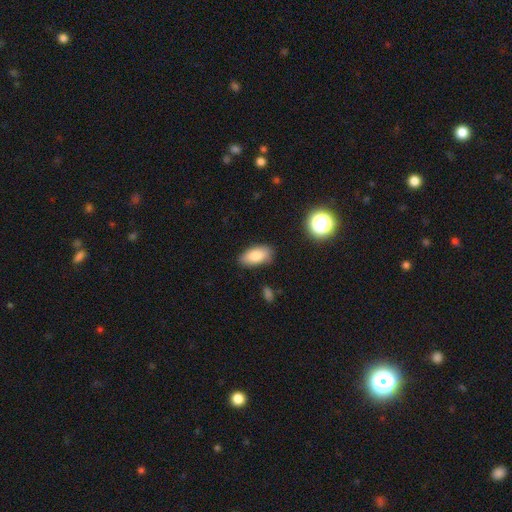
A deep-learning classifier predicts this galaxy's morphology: type=smooth (83%); roundness=in between (91%); merging=none (83%).